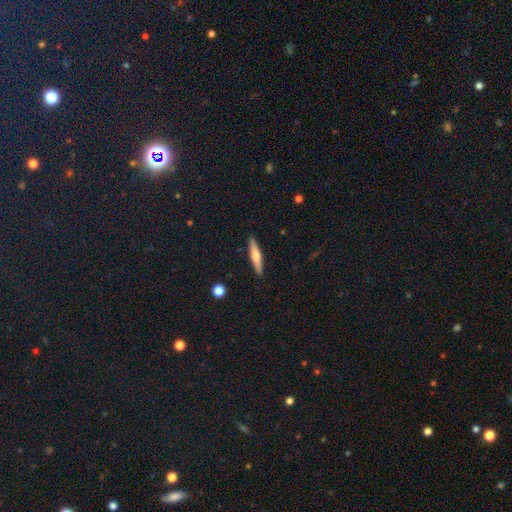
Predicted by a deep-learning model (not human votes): Q: Smooth or featured?
A: featured or disk (53%); runner-up: smooth (42%)
Q: Edge-on disk?
A: yes (96%); runner-up: no (4%)
Q: Edge-on bulge?
A: rounded (89%); runner-up: none (6%)
Q: Merging?
A: none (91%); runner-up: minor disturbance (6%)